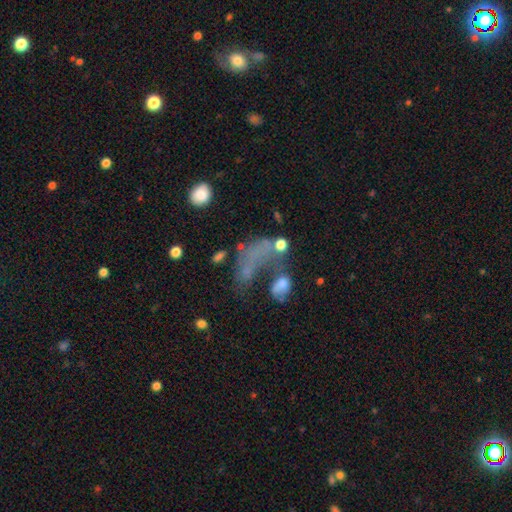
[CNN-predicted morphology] The model was most divided on "smooth or featured": smooth: 35%, featured or disk: 34%, star or artifact: 31%. Remaining: merging — major disturbance (35%).